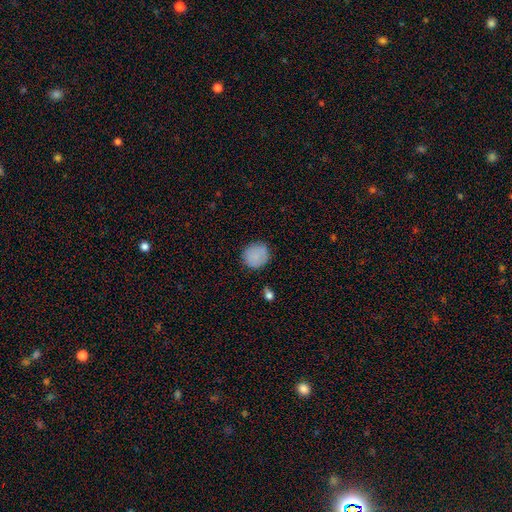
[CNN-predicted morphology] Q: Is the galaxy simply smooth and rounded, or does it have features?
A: smooth — 86%.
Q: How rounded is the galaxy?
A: round — 88%.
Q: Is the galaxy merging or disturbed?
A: none — 85%.